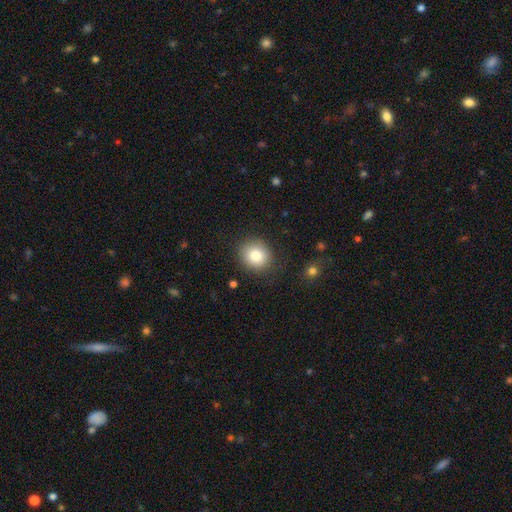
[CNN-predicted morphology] A smooth galaxy with no disk features (82%) that is round (81%).

Vote fractions:
- Smooth or featured? smooth: 82% / star or artifact: 10% / featured or disk: 8%
- How rounded? round: 81% / in between: 18% / cigar-shaped: 1%
- Merging? none: 86% / minor disturbance: 9% / major disturbance: 3% / merger: 1%